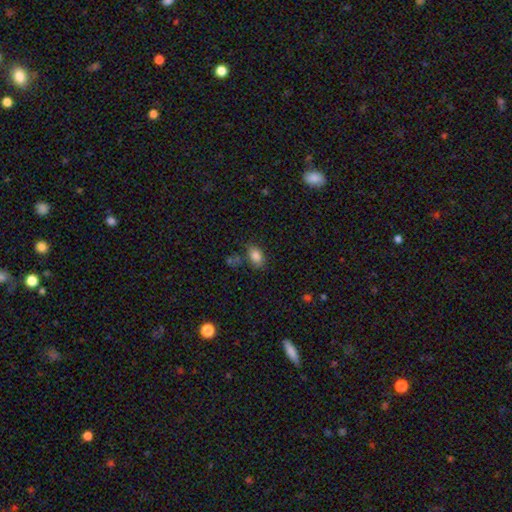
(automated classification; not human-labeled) A smooth galaxy with no disk features (84%) that is in between round and cigar-shaped (86%).

Vote fractions:
- Smooth or featured? smooth: 84% / star or artifact: 10% / featured or disk: 6%
- How rounded? in between: 86% / round: 12% / cigar-shaped: 2%
- Merging? none: 69% / minor disturbance: 19% / merger: 7% / major disturbance: 5%